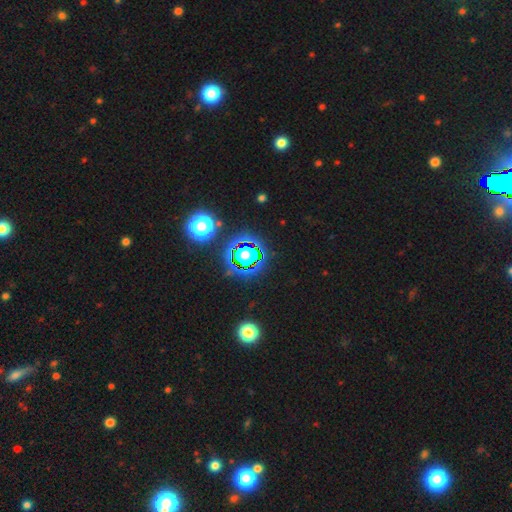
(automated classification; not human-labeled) The model was most divided on "smooth or featured": star or artifact: 79%, smooth: 14%, featured or disk: 7%.